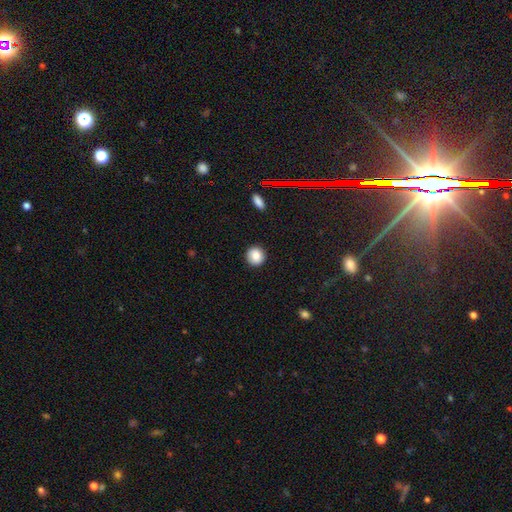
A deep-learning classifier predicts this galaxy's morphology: A smooth galaxy with no disk features (87%) that is round (92%). Merging: none (91%).